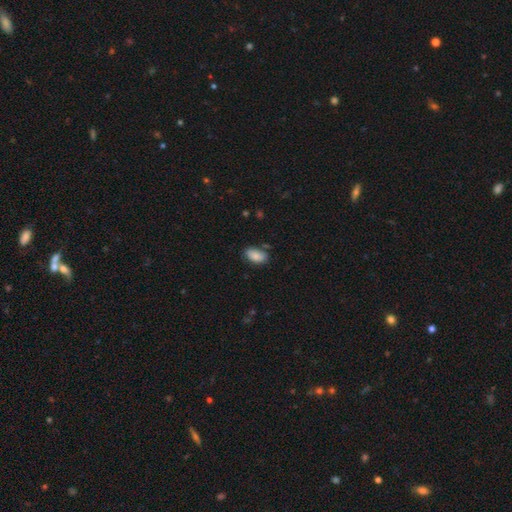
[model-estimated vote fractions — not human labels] Smooth or featured? smooth (85%)
How rounded? in between (94%)
Merging? none (72%)